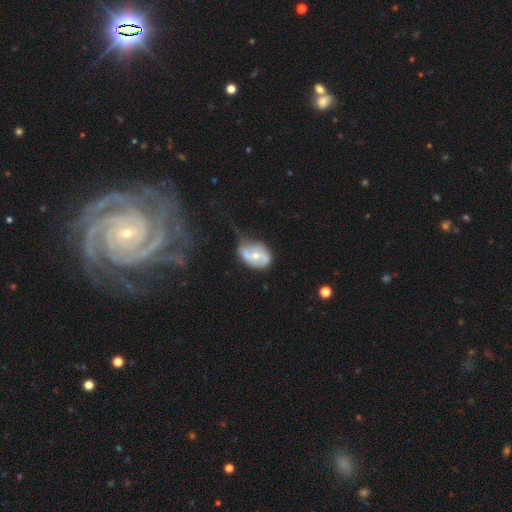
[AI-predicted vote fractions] The model was most divided on "merging": minor disturbance: 40%, none: 28%, major disturbance: 25%, merger: 7%. More confident: edge-on disk — no (96%); bar — no (68%); spiral arms — yes (62%); bulge size — moderate (56%); smooth or featured — featured or disk (56%).